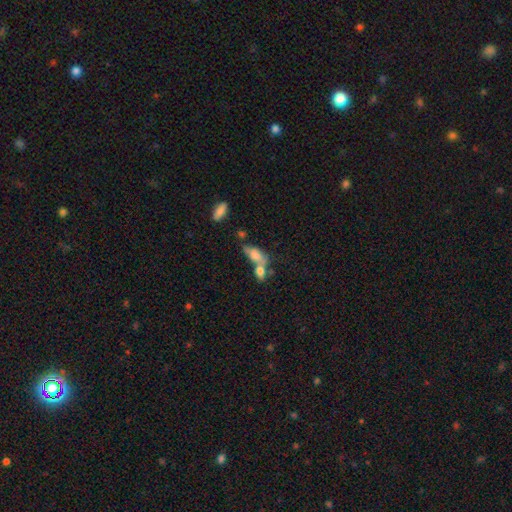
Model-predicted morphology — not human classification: A smooth galaxy with no disk features (68%) that is in between round and cigar-shaped (76%). Merging: merger (55%).